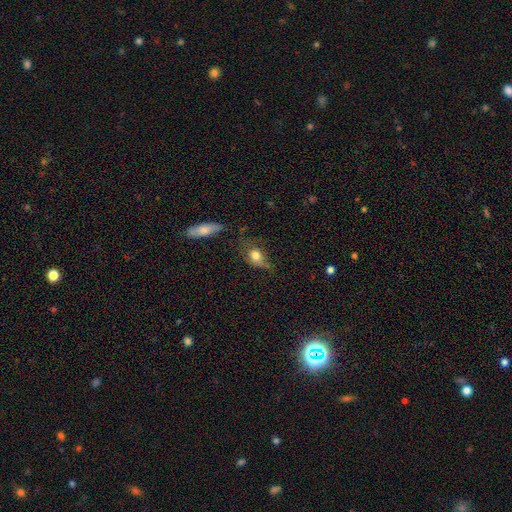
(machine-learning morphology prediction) This is likely a smooth galaxy (75%). How rounded: likely in between (66%). Merging: marginally none (44%).